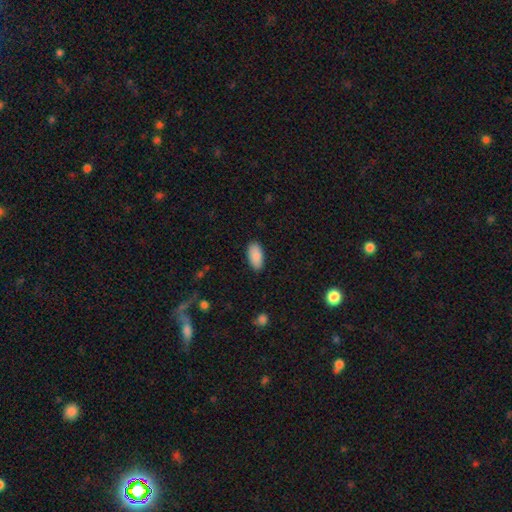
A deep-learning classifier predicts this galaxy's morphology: type=smooth (89%); roundness=in between (93%); merging=none (88%).